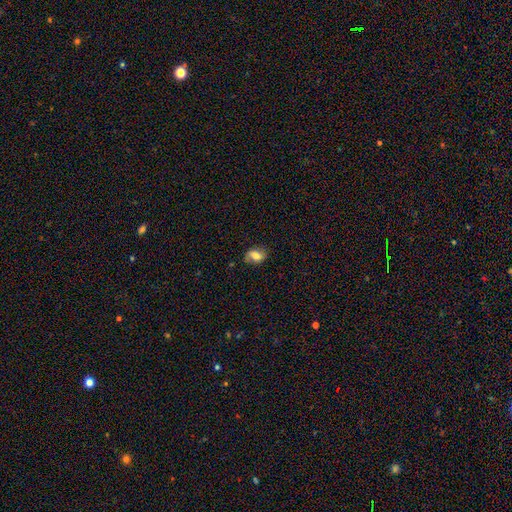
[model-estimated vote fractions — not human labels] This is likely a smooth galaxy (68%). How rounded: likely in between (78%). Merging: likely none (69%).